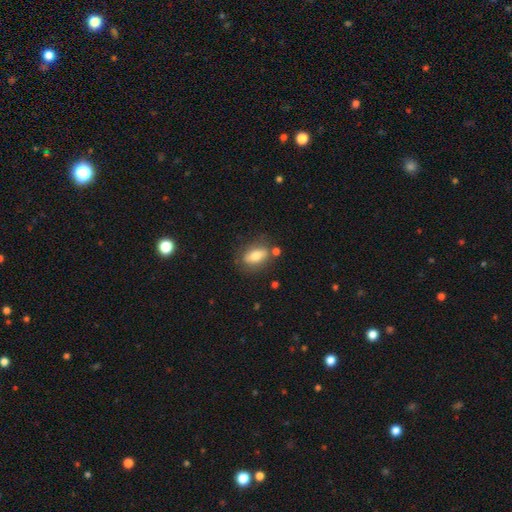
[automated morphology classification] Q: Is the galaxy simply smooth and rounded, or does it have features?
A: smooth — 71%.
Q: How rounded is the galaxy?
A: in between — 81%.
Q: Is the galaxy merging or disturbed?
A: none — 73%.